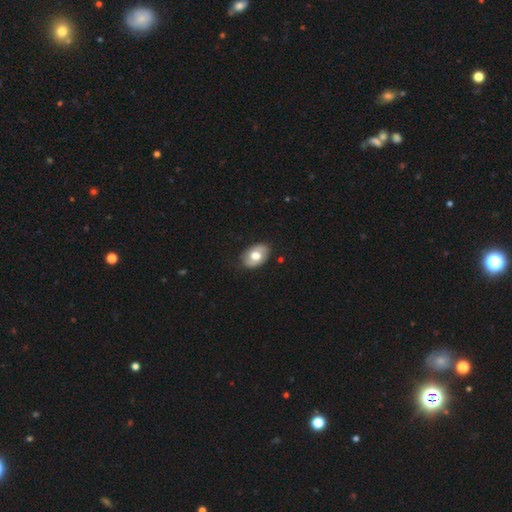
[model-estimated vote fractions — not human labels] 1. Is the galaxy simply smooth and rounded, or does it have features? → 65% smooth, 28% featured or disk, 7% star or artifact.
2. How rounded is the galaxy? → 84% in between, 14% round, 1% cigar-shaped.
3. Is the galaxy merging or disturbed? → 81% none, 15% minor disturbance, 3% major disturbance, 1% merger.